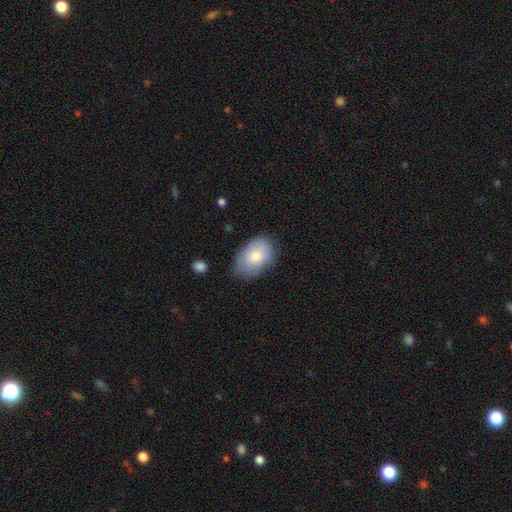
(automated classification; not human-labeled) Q: Smooth or featured?
A: smooth (80%); runner-up: featured or disk (14%)
Q: How rounded?
A: in between (87%); runner-up: round (12%)
Q: Merging?
A: none (68%); runner-up: minor disturbance (25%)